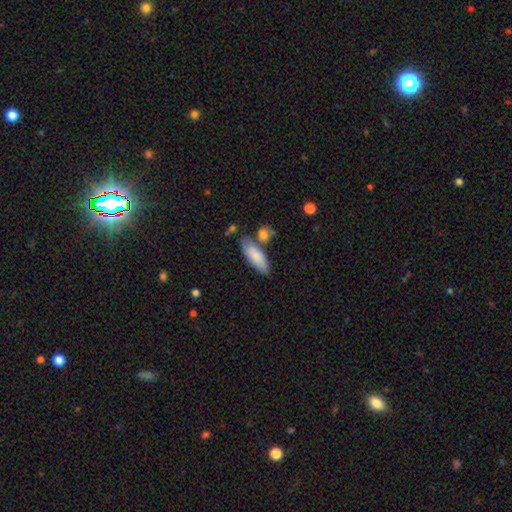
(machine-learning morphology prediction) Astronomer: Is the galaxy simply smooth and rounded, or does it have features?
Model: smooth — 83%.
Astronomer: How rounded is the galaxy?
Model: in between — 68%.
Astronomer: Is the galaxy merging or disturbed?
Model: none — 66%.